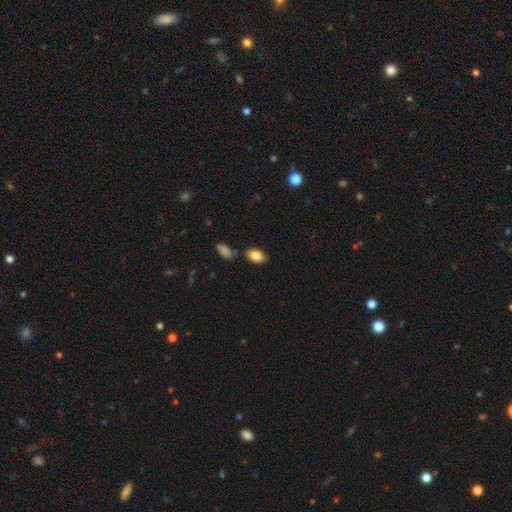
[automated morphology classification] smooth_or_featured: smooth (p=0.84) [alt: featured or disk p=0.08]
how_rounded: in between (p=0.91) [alt: round p=0.07]
merging: none (p=0.76) [alt: minor disturbance p=0.12]